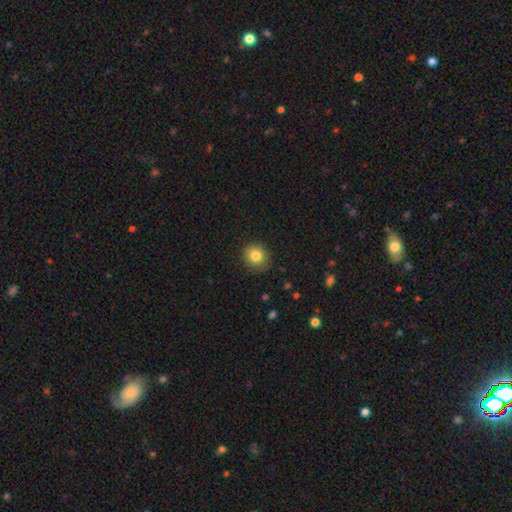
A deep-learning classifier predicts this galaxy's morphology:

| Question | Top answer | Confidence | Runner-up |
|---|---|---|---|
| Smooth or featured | smooth | 83% | star or artifact (10%) |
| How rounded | round | 82% | in between (17%) |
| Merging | none | 88% | minor disturbance (8%) |